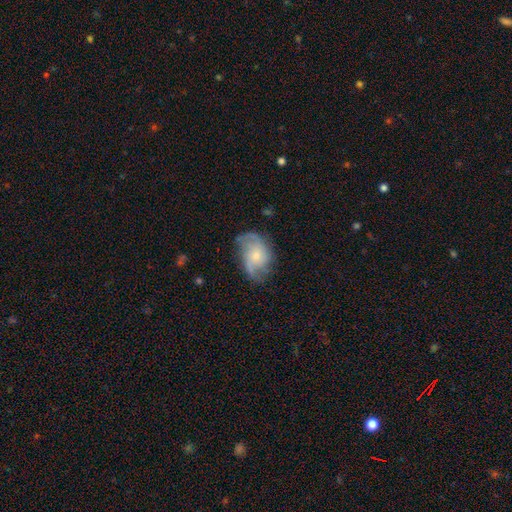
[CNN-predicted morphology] Q: Smooth or featured?
A: featured or disk (70%); runner-up: smooth (23%)
Q: Edge-on disk?
A: no (97%); runner-up: yes (3%)
Q: Bar?
A: no (74%); runner-up: weak (23%)
Q: Spiral arms?
A: yes (92%); runner-up: no (8%)
Q: Spiral winding?
A: medium (45%); runner-up: loose (35%)
Q: Spiral arm count?
A: 2 (47%); runner-up: 3 (22%)
Q: Bulge size?
A: small (56%); runner-up: moderate (35%)
Q: Merging?
A: none (61%); runner-up: minor disturbance (25%)